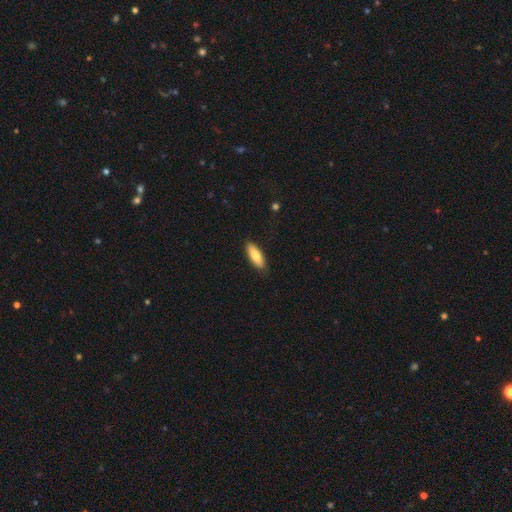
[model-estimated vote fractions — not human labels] Smooth or featured? smooth (79%)
How rounded? in between (65%)
Merging? none (87%)